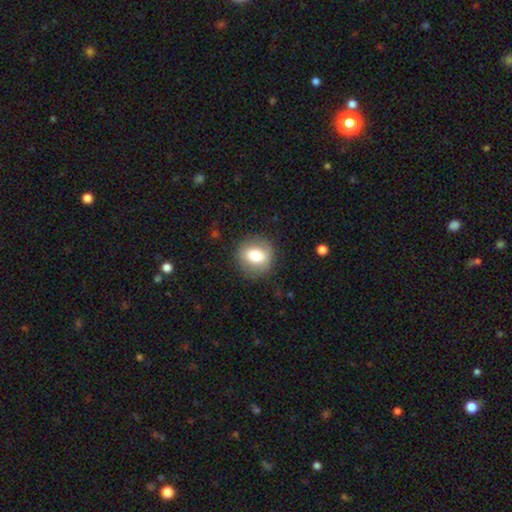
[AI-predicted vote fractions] A smooth galaxy with no disk features (73%) that is round (80%). Merging: none (84%).